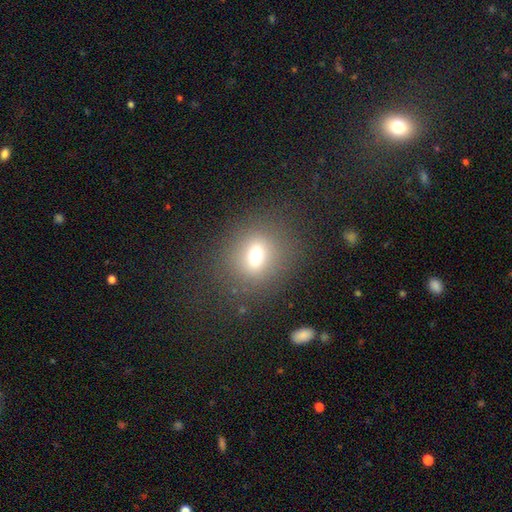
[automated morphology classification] smooth-or-featured: smooth: 67% | star or artifact: 18% | featured or disk: 14%
  how-rounded: round: 61% | in between: 37% | cigar-shaped: 2%
  merging: none: 81% | minor disturbance: 10% | major disturbance: 7% | merger: 2%